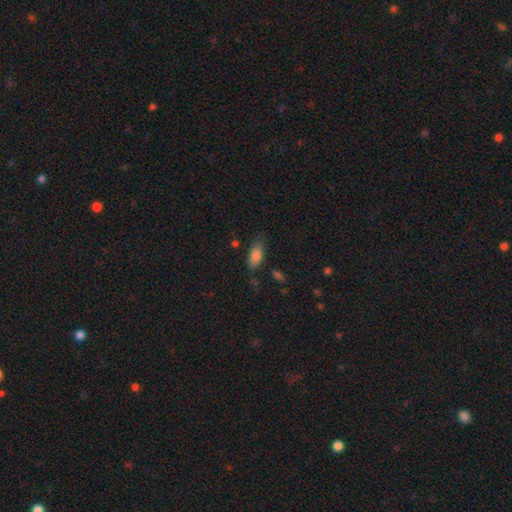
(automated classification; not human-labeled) Smooth or featured? smooth (82%)
How rounded? in between (84%)
Merging? none (69%)